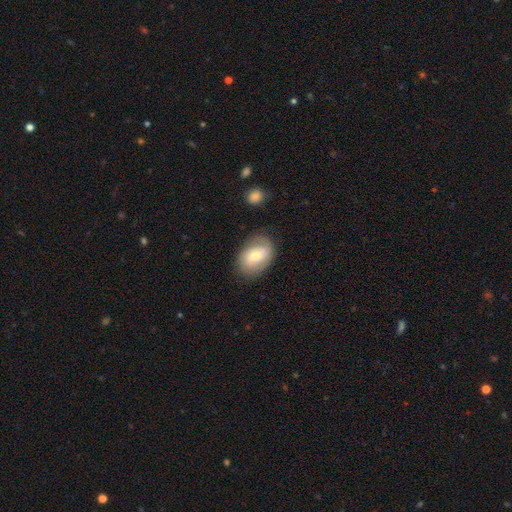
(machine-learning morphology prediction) Q: Smooth or featured?
A: featured or disk (55%); runner-up: smooth (38%)
Q: Edge-on disk?
A: no (95%); runner-up: yes (5%)
Q: Bar?
A: no (43%); runner-up: weak (42%)
Q: Spiral arms?
A: yes (76%); runner-up: no (24%)
Q: Bulge size?
A: moderate (62%); runner-up: small (32%)
Q: Merging?
A: none (78%); runner-up: minor disturbance (15%)